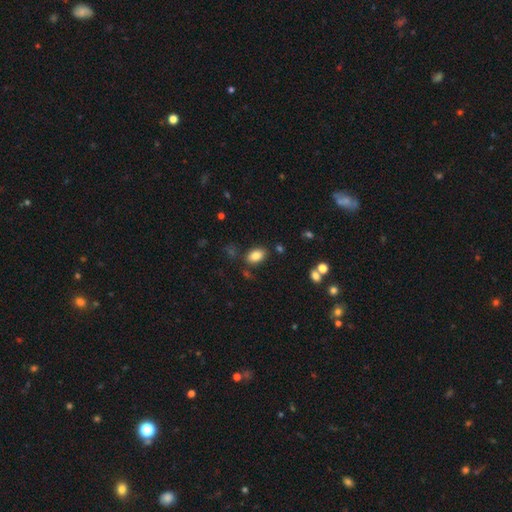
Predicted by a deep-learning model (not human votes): Q: Smooth or featured?
A: smooth (83%); runner-up: star or artifact (9%)
Q: How rounded?
A: in between (90%); runner-up: round (8%)
Q: Merging?
A: none (81%); runner-up: minor disturbance (11%)